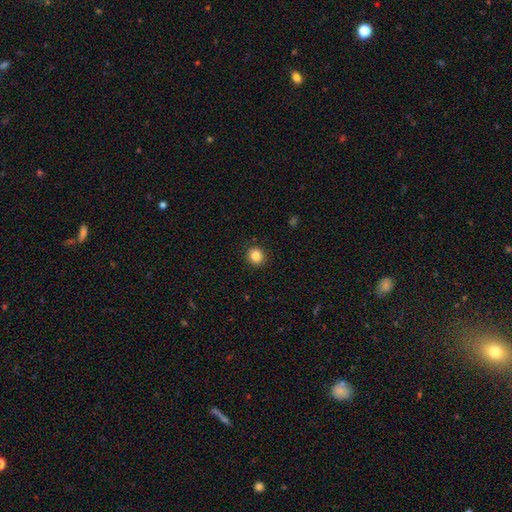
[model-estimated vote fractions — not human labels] A smooth galaxy with no disk features (85%) that is round (88%).

Vote fractions:
- Smooth or featured? smooth: 85% / star or artifact: 10% / featured or disk: 5%
- How rounded? round: 88% / in between: 11% / cigar-shaped: 1%
- Merging? none: 91% / minor disturbance: 6% / major disturbance: 2% / merger: 1%